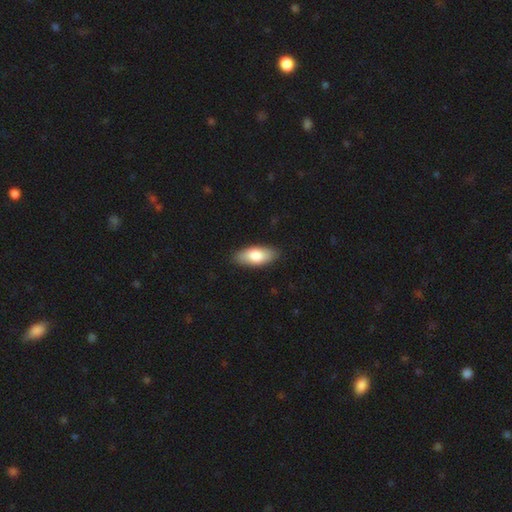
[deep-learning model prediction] Q: Smooth or featured?
A: smooth (79%); runner-up: featured or disk (15%)
Q: How rounded?
A: in between (85%); runner-up: cigar-shaped (12%)
Q: Merging?
A: none (87%); runner-up: minor disturbance (10%)